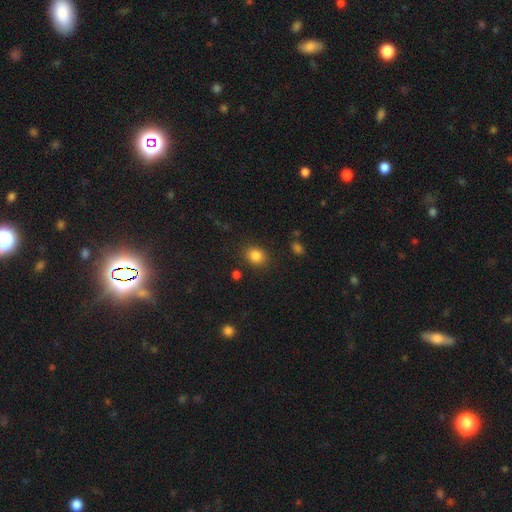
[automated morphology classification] Q: Smooth or featured?
A: smooth (84%); runner-up: star or artifact (11%)
Q: How rounded?
A: in between (50%); runner-up: round (49%)
Q: Merging?
A: none (84%); runner-up: minor disturbance (10%)